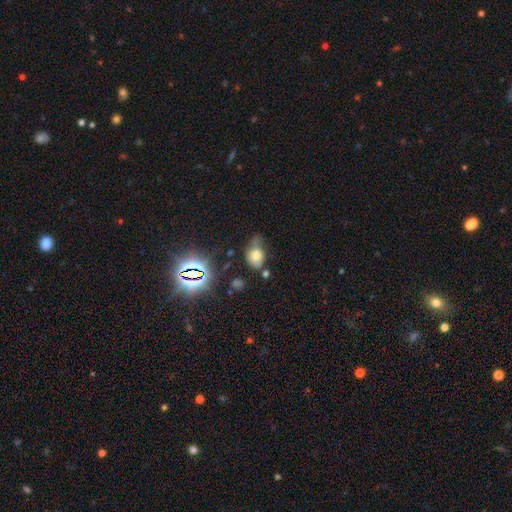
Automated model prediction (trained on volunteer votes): smooth-or-featured: smooth: 67% | star or artifact: 18% | featured or disk: 15%
  how-rounded: in between: 66% | round: 32% | cigar-shaped: 2%
  merging: none: 40% | minor disturbance: 34% | major disturbance: 16% | merger: 10%